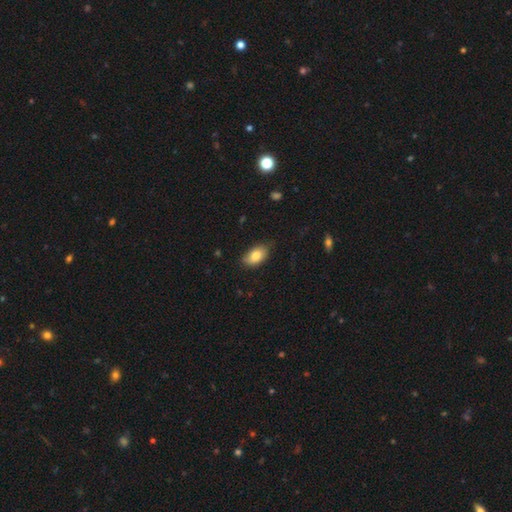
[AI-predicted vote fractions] smooth 82%, featured or disk 11%, star or artifact 7%. Down the decision tree: how rounded — in between (91%); merging — none (75%).